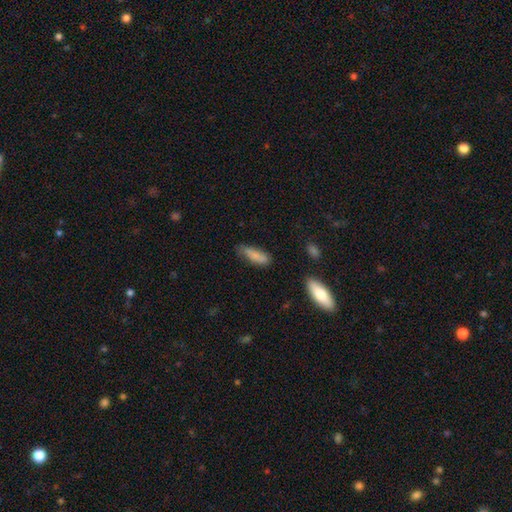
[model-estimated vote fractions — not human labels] The model was most divided on "how rounded": in between: 58%, cigar-shaped: 40%, round: 2%. More confident: smooth or featured — smooth (80%); merging — none (60%).